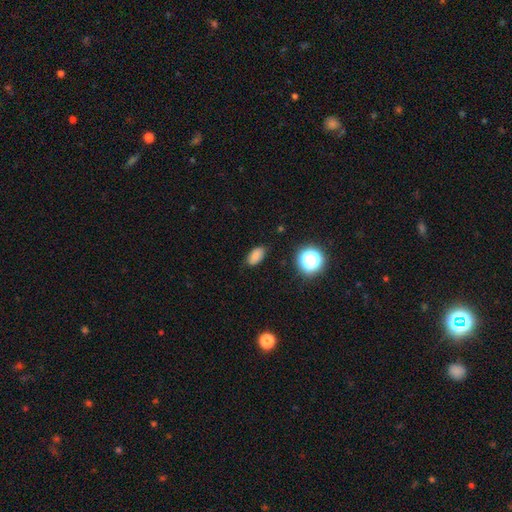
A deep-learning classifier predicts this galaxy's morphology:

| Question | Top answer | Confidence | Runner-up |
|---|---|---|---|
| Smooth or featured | smooth | 81% | star or artifact (13%) |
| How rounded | in between | 89% | round (8%) |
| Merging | none | 82% | minor disturbance (13%) |